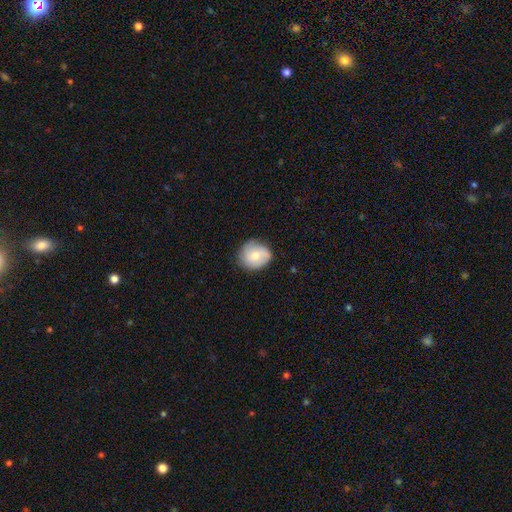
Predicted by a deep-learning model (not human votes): smooth 64%, featured or disk 30%, star or artifact 7%. Down the decision tree: how rounded — round (74%); merging — none (75%).